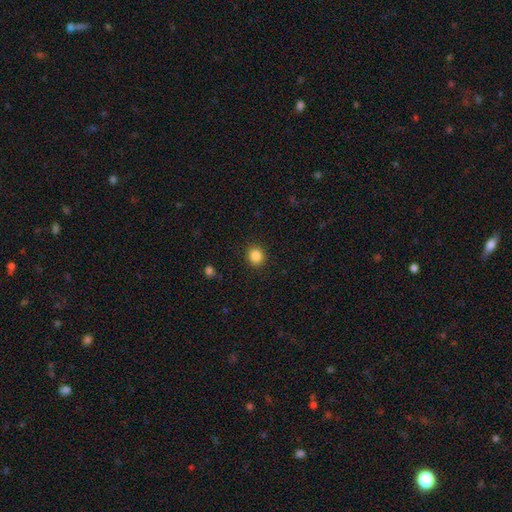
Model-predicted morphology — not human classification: Smooth or featured? smooth (86%)
How rounded? round (84%)
Merging? none (91%)